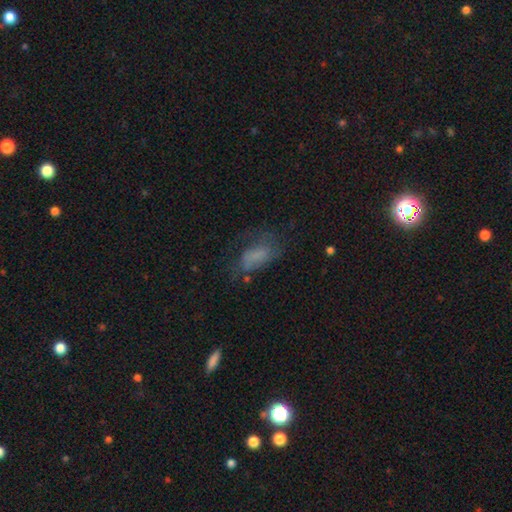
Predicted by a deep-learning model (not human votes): Morphology: type=smooth (59%); roundness=in between (87%); merging=none (39%).